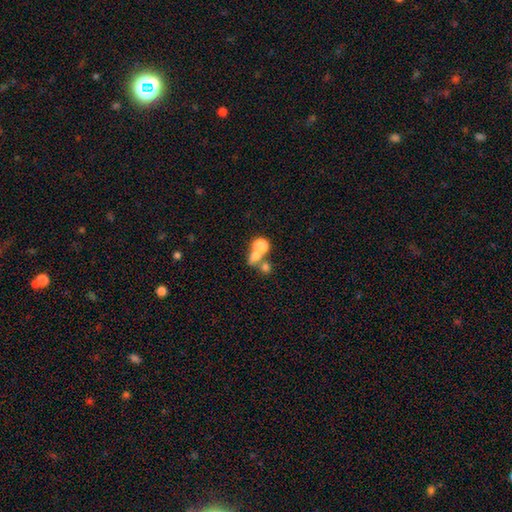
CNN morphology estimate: Smooth or featured? smooth (67%)
How rounded? round (71%)
Merging? merger (53%)